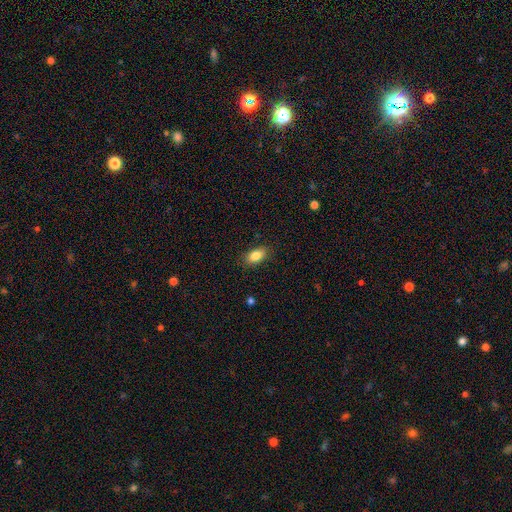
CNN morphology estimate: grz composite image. It shows a smooth galaxy with no disk features (84%) that is in between round and cigar-shaped (89%). Merging: none (87%).